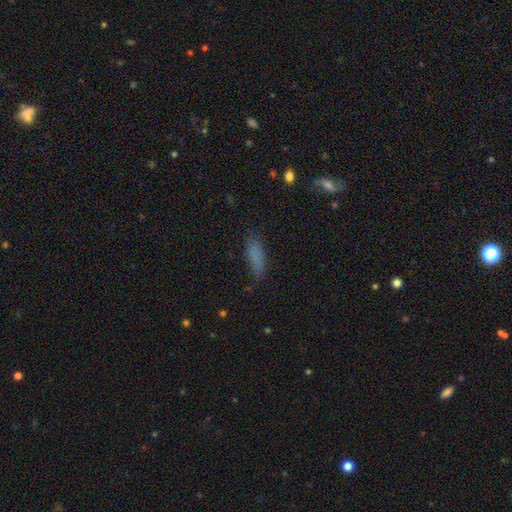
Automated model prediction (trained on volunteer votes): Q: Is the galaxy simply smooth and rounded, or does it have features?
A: smooth — 81%.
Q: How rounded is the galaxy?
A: cigar-shaped — 54%.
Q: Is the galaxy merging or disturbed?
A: none — 78%.